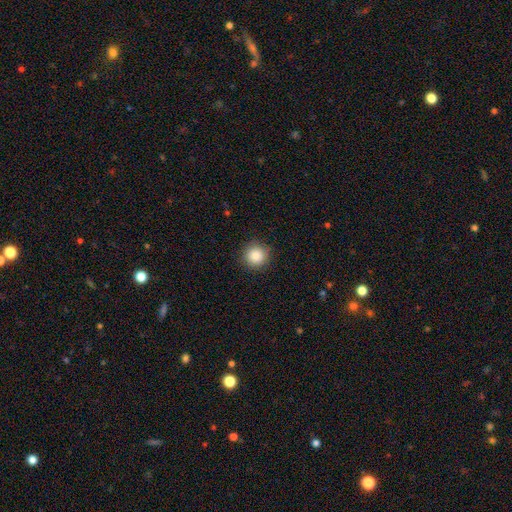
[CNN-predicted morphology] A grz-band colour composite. It shows a smooth galaxy with no disk features (86%) that is round (94%). Merging: none (90%).